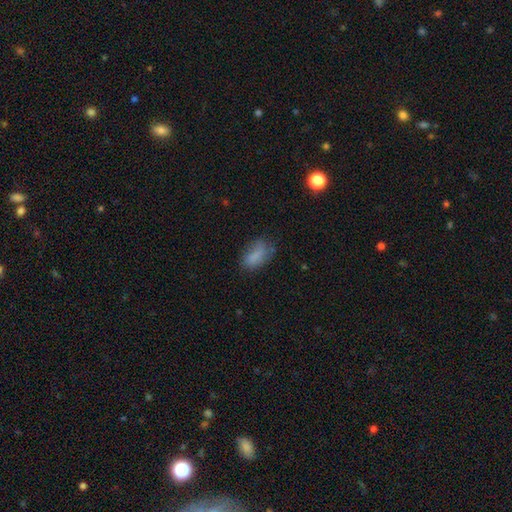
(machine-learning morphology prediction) The model was most divided on "merging": none: 59%, minor disturbance: 28%, major disturbance: 10%, merger: 3%. More confident: how rounded — in between (89%); smooth or featured — smooth (79%).